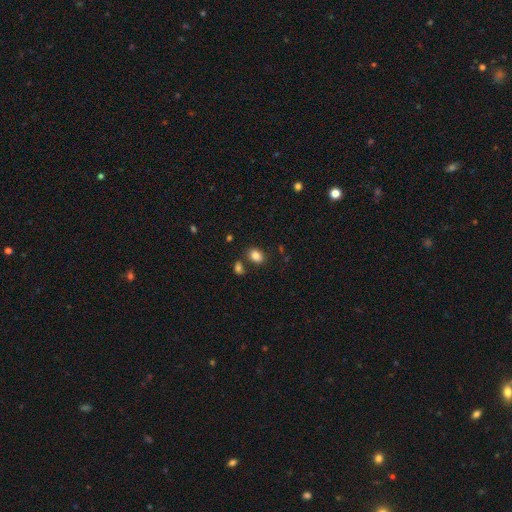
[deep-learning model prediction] smooth-or-featured: smooth: 84% | star or artifact: 10% | featured or disk: 6%
  how-rounded: in between: 72% | round: 27% | cigar-shaped: 1%
  merging: none: 74% | merger: 11% | minor disturbance: 11% | major disturbance: 3%